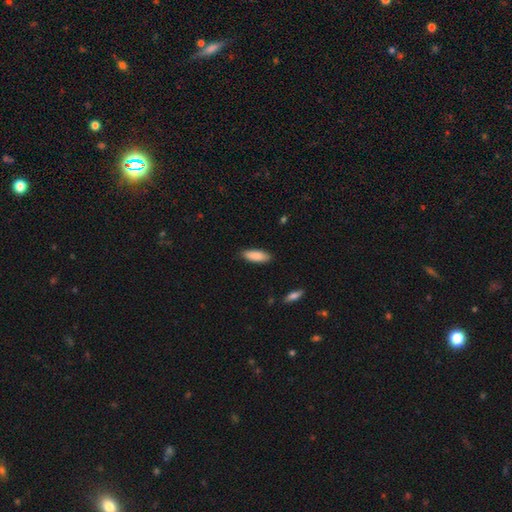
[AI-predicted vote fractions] Q: Smooth or featured?
A: smooth (89%); runner-up: star or artifact (6%)
Q: How rounded?
A: in between (66%); runner-up: cigar-shaped (32%)
Q: Merging?
A: none (86%); runner-up: minor disturbance (11%)